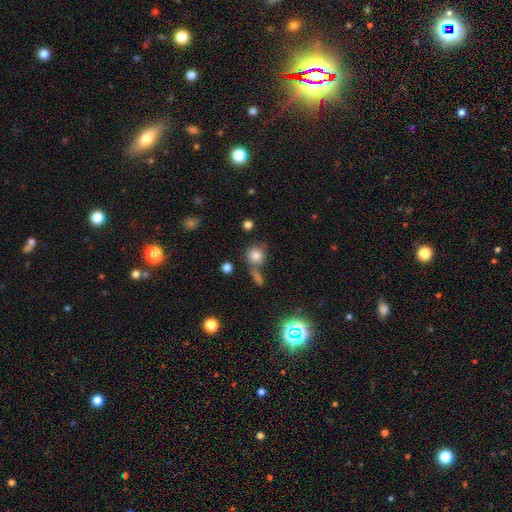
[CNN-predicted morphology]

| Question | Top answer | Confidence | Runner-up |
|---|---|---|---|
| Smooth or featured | smooth | 81% | star or artifact (11%) |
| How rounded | round | 86% | in between (12%) |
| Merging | none | 55% | merger (26%) |